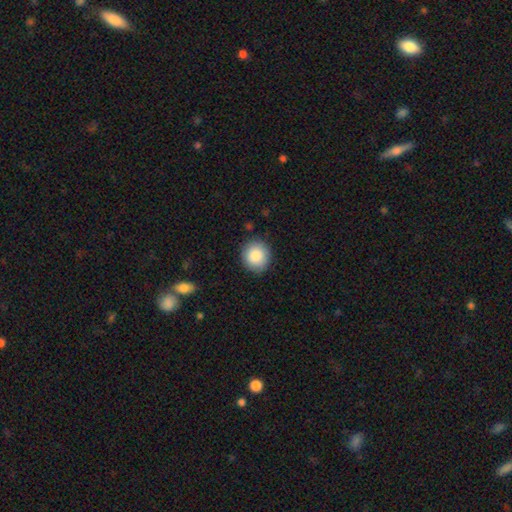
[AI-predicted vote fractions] Smooth or featured? Predicted: smooth (p=0.87). How rounded? Predicted: round (p=0.87). Merging? Predicted: none (p=0.89).